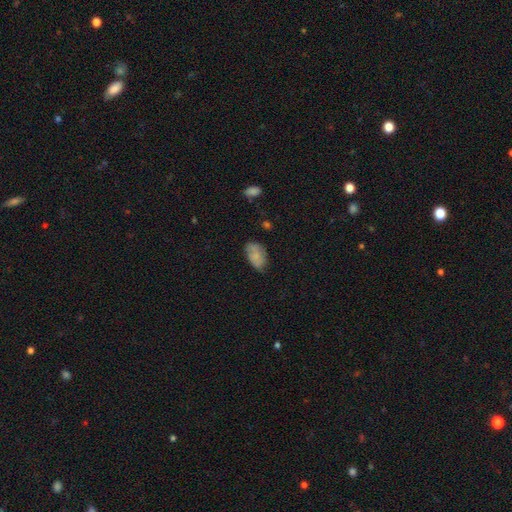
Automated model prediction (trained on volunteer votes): Smooth or featured? smooth (73%)
How rounded? in between (93%)
Merging? none (62%)